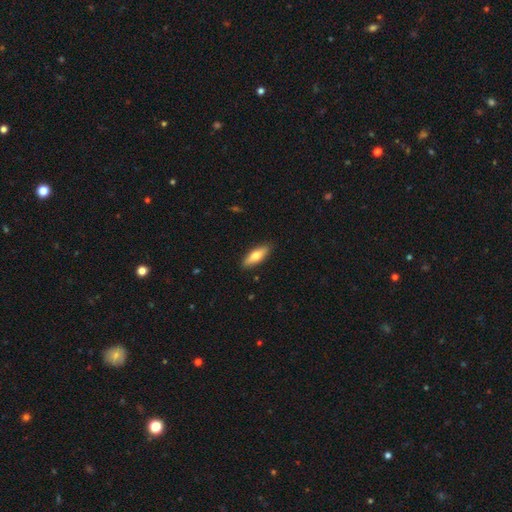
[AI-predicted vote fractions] Morphology: type=smooth (70%); roundness=in between (56%); merging=none (89%).